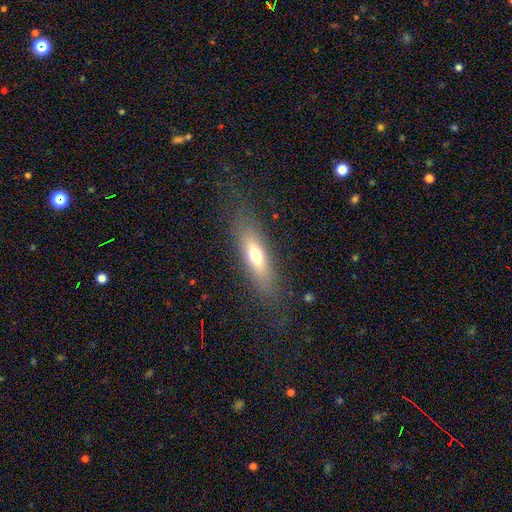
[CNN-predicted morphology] A smooth galaxy with no disk features (62%) that is cigar-shaped (50%). Merging: none (78%).